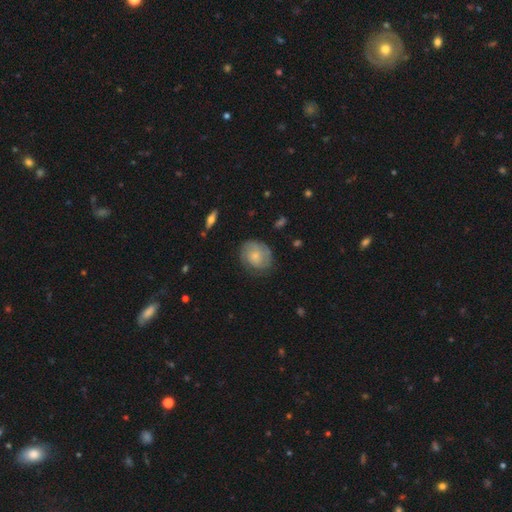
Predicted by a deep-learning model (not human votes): Overall: featured or disk (47%; smooth 46%). Merging: none (70%).